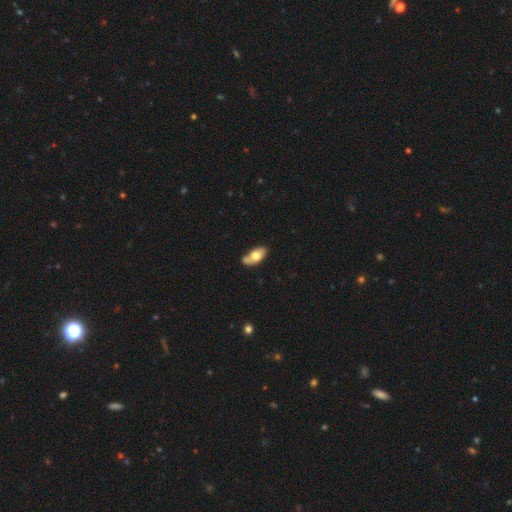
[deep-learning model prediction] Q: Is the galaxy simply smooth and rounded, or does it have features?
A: smooth — 70%.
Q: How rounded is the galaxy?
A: in between — 90%.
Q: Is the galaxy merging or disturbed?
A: none — 52%.